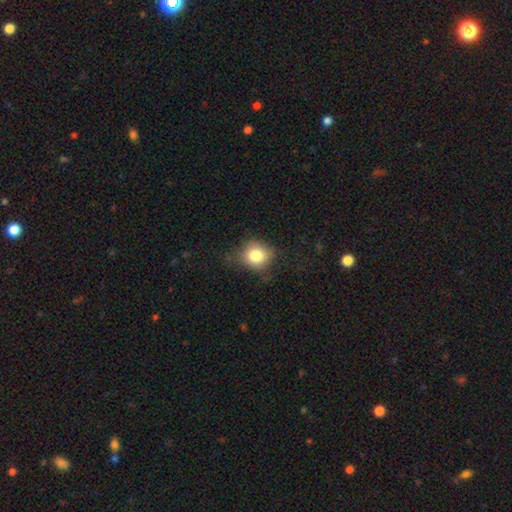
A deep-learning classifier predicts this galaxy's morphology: smooth 78%, featured or disk 11%, star or artifact 11%. Down the decision tree: how rounded — round (71%); merging — none (62%).